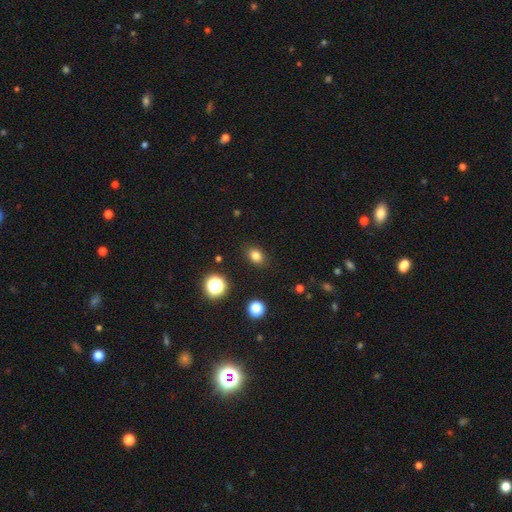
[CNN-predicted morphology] Smooth or featured? smooth (80%)
How rounded? in between (63%)
Merging? none (87%)